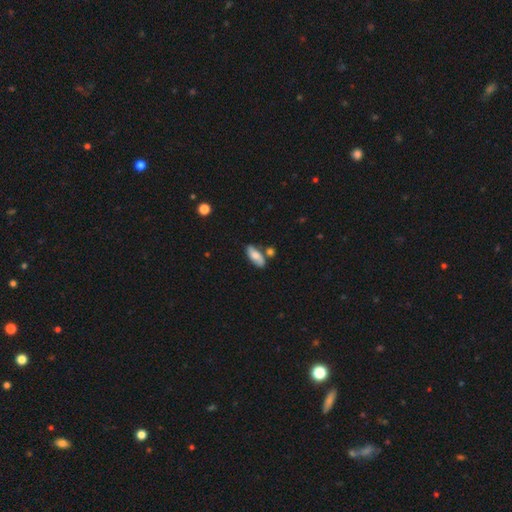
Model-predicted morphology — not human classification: Q: Smooth or featured?
A: smooth (64%); runner-up: featured or disk (29%)
Q: How rounded?
A: in between (82%); runner-up: cigar-shaped (15%)
Q: Merging?
A: none (66%); runner-up: minor disturbance (16%)